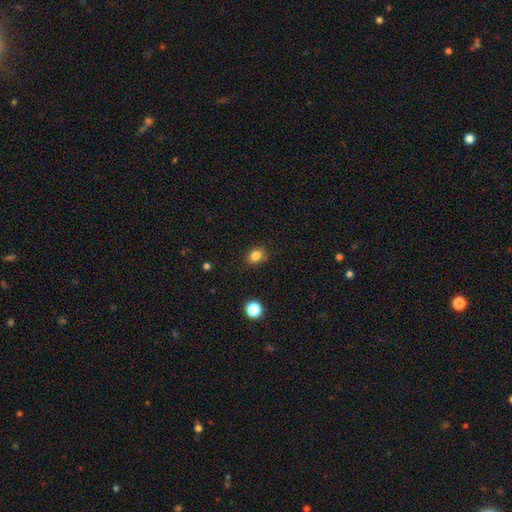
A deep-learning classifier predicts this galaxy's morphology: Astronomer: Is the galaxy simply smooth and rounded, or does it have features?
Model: smooth — 83%.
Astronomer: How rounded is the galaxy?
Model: in between — 55% (runner-up: round, 44%).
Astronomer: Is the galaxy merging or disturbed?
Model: none — 82%.